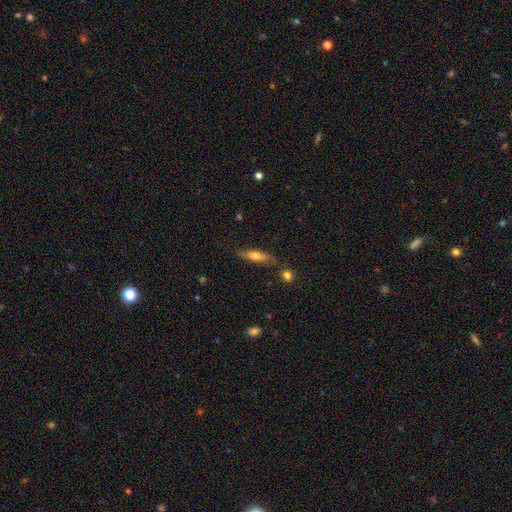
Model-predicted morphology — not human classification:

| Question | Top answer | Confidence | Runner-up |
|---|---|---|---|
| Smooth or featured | smooth | 64% | featured or disk (29%) |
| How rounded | cigar-shaped | 65% | in between (33%) |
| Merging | none | 77% | minor disturbance (15%) |